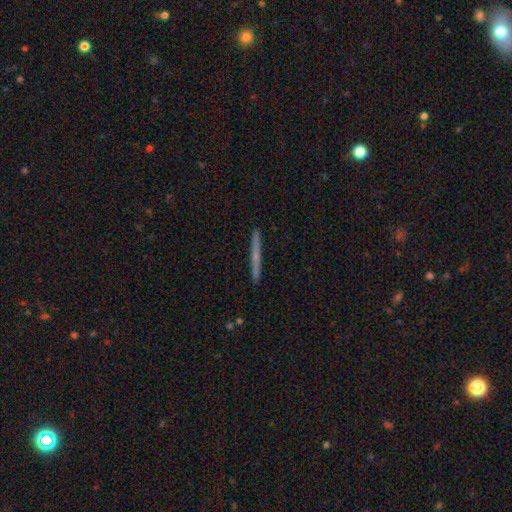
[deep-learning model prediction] A featured or disk galaxy (54%) viewed edge-on (98%) with no central bulge (62%).

Vote fractions:
- Smooth or featured? featured or disk: 54% / smooth: 39% / star or artifact: 7%
- Edge-on disk? yes: 98% / no: 2%
- Edge-on bulge? none: 62% / rounded: 33% / boxy: 5%
- Merging? none: 92% / minor disturbance: 6% / major disturbance: 1% / merger: 1%